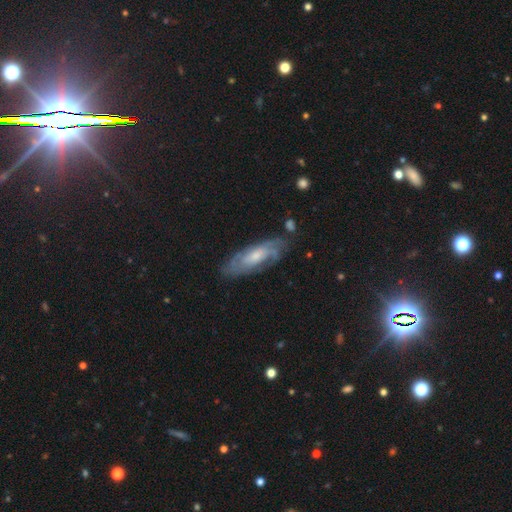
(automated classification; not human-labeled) smooth-or-featured: featured or disk: 72% | smooth: 21% | star or artifact: 7%
  disk-edge-on: no: 81% | yes: 19%
    bar: no: 62% | weak: 32% | strong: 6%
    has-spiral-arms: yes: 88% | no: 12%
      spiral-winding: tight: 59% | medium: 32% | loose: 9%
      spiral-arm-count: can't tell: 51% | 2: 27% | 3: 10% | 4: 5% | 1: 4% | more than 4: 3%
    bulge-size: small: 45% | moderate: 43% | none: 5% | large: 5% | dominant: 1%
  merging: none: 75% | minor disturbance: 17% | major disturbance: 5% | merger: 2%